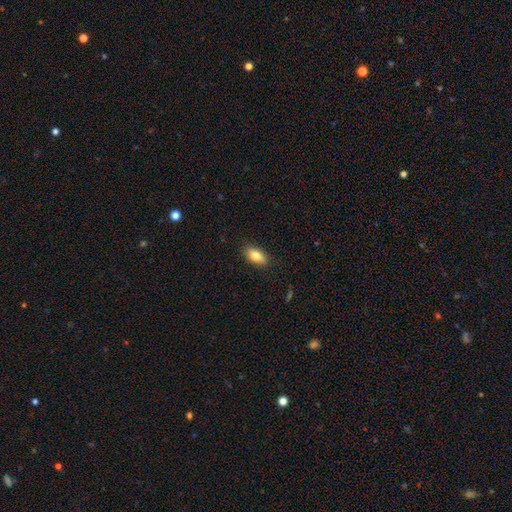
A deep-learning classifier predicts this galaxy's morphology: type=smooth (81%); roundness=in between (87%); merging=none (87%).